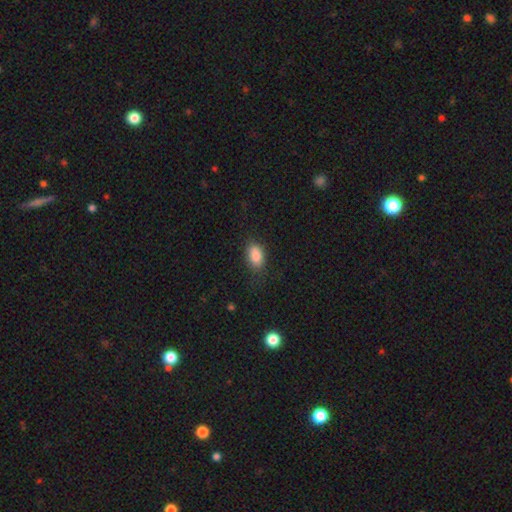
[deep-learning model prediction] Morphology: type=smooth (86%); roundness=in between (89%); merging=none (78%).